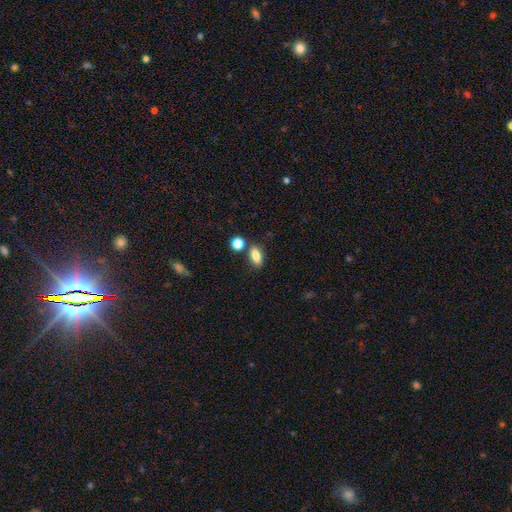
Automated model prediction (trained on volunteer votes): Q: Smooth or featured?
A: smooth (83%); runner-up: star or artifact (9%)
Q: How rounded?
A: in between (81%); runner-up: round (10%)
Q: Merging?
A: none (74%); runner-up: merger (11%)